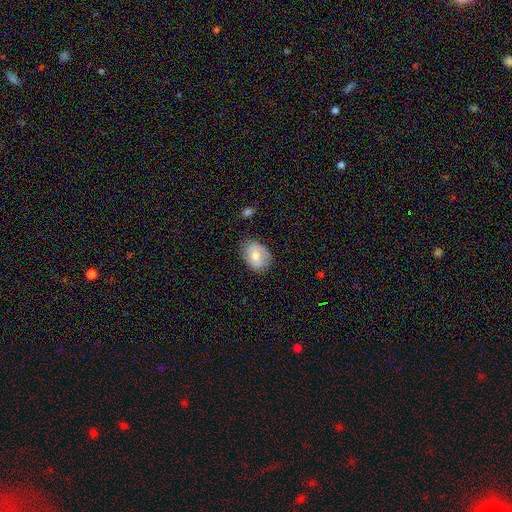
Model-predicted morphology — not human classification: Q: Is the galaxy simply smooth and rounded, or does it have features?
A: smooth — 58%.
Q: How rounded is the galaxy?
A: in between — 68%.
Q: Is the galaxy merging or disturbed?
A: none — 75%.